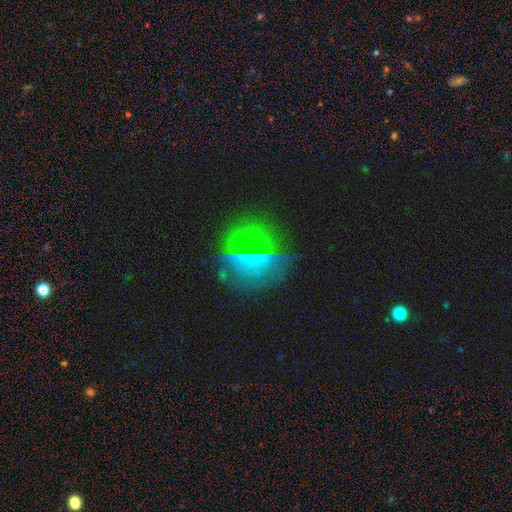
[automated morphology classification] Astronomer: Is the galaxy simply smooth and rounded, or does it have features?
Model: star or artifact — 38% (runner-up: smooth, 36%).